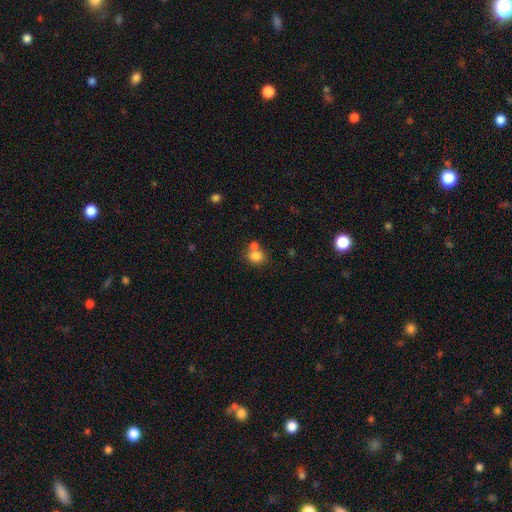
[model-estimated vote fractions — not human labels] This appears to be a smooth galaxy with no disk features (81%) that is round (67%). Merging: none (51%).